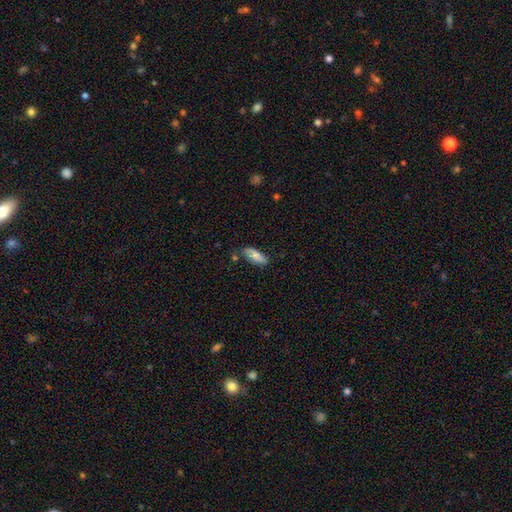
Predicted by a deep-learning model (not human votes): A smooth galaxy with no disk features (77%) that is in between round and cigar-shaped (73%). Merging: none (71%).